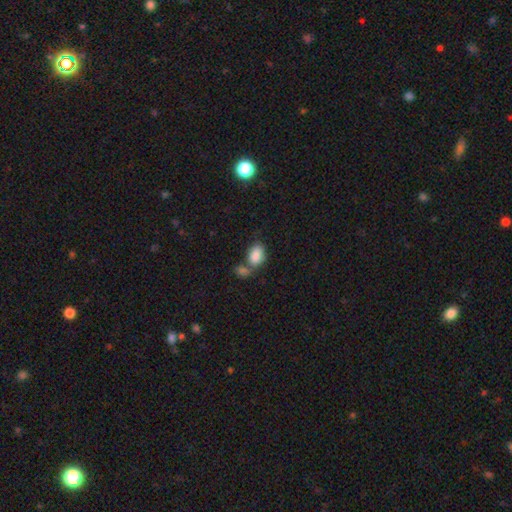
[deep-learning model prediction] smooth 86%, star or artifact 8%, featured or disk 6%. Down the decision tree: how rounded — in between (86%); merging — merger (43%).